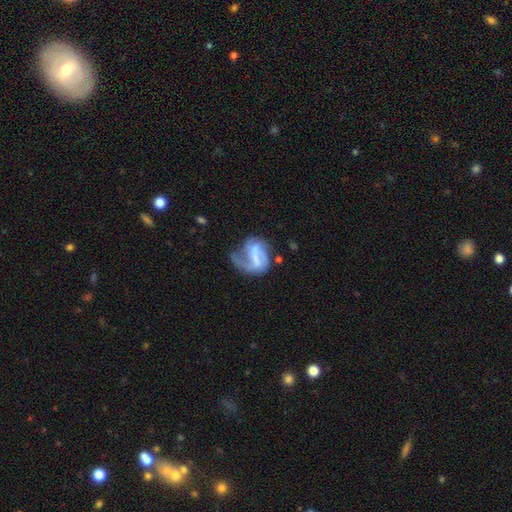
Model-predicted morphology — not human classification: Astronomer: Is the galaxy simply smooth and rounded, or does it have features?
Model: featured or disk — 66%.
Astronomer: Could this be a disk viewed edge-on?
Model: no — 98%.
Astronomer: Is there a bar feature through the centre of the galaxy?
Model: weak — 41% (runner-up: no, 30%).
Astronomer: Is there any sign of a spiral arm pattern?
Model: yes — 72%.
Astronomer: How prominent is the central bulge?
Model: none — 53%.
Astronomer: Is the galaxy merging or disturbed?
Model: major disturbance — 43% (runner-up: none, 28%).